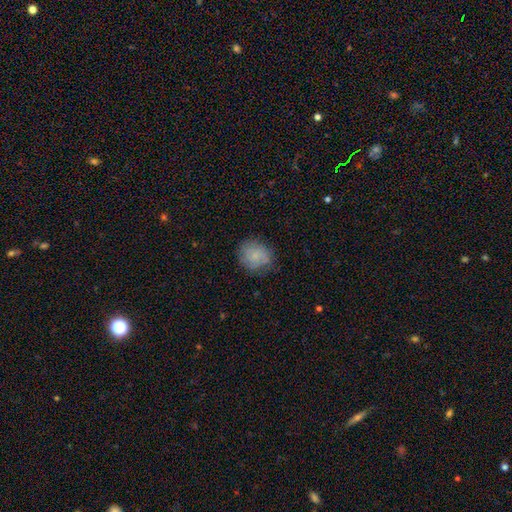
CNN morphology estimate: A smooth galaxy with no disk features (73%) that is round (73%).

Vote fractions:
- Smooth or featured? smooth: 73% / featured or disk: 18% / star or artifact: 9%
- How rounded? round: 73% / in between: 26% / cigar-shaped: 1%
- Merging? none: 71% / minor disturbance: 21% / major disturbance: 6% / merger: 1%